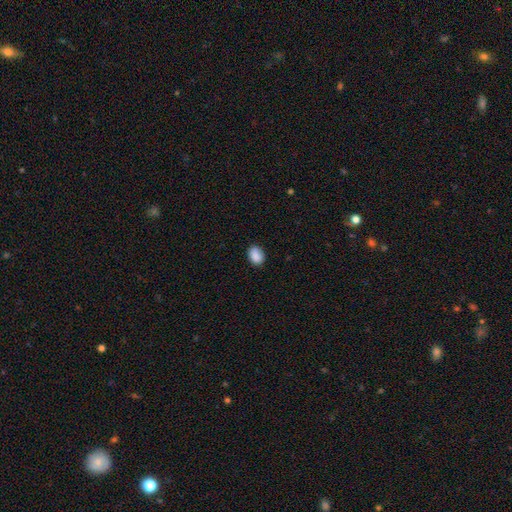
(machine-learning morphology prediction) type=smooth (89%); roundness=in between (74%); merging=none (83%).